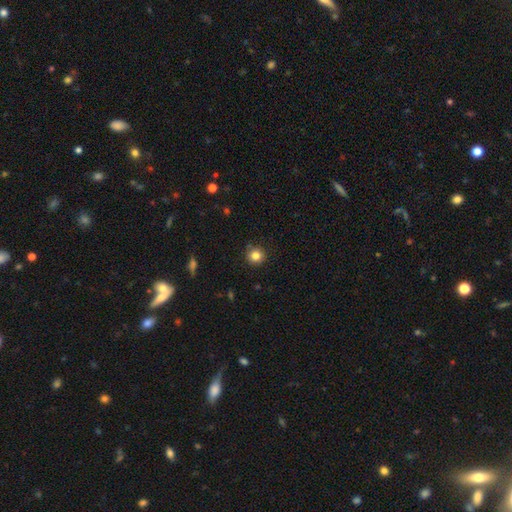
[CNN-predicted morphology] The model was most divided on "smooth or featured": smooth: 83%, star or artifact: 11%, featured or disk: 5%. More confident: how rounded — round (94%); merging — none (90%).